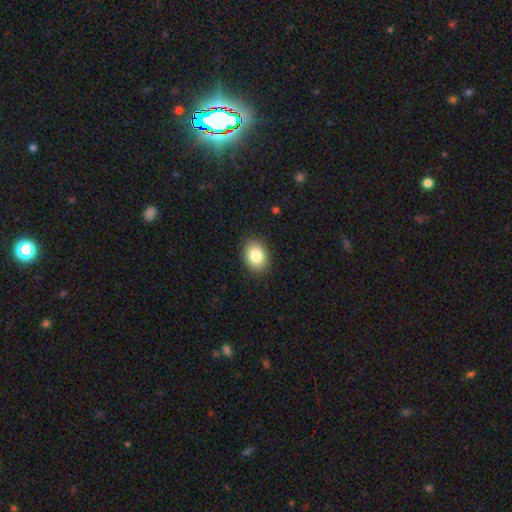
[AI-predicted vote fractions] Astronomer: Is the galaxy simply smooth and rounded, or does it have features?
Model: smooth — 85%.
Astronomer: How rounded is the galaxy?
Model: in between — 72%.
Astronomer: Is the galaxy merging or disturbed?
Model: none — 88%.